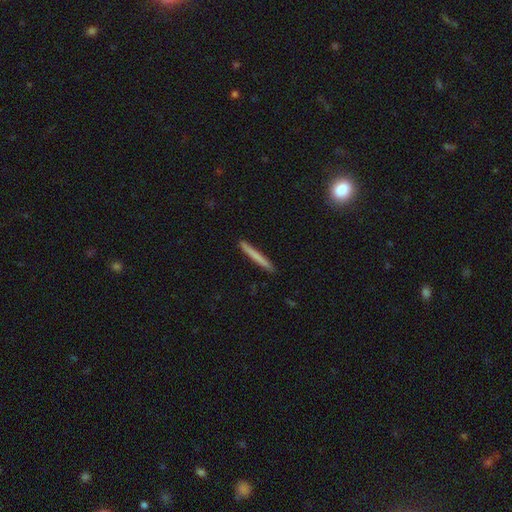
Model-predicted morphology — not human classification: Smooth or featured? Predicted: smooth (p=0.72). How rounded? Predicted: cigar-shaped (p=0.97). Merging? Predicted: none (p=0.92).